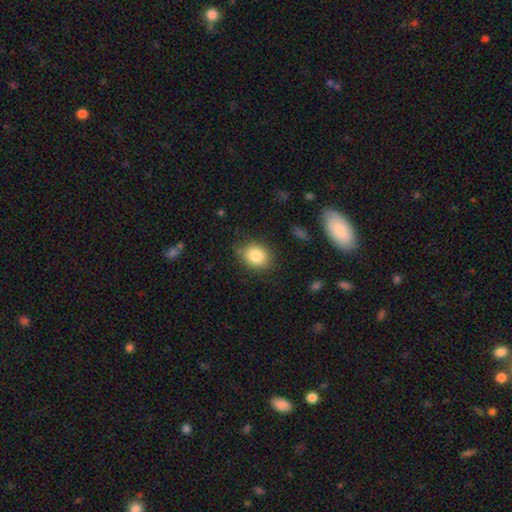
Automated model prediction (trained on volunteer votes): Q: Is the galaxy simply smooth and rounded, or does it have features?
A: smooth — 83%.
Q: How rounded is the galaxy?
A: round — 52%.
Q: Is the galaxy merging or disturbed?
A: none — 80%.